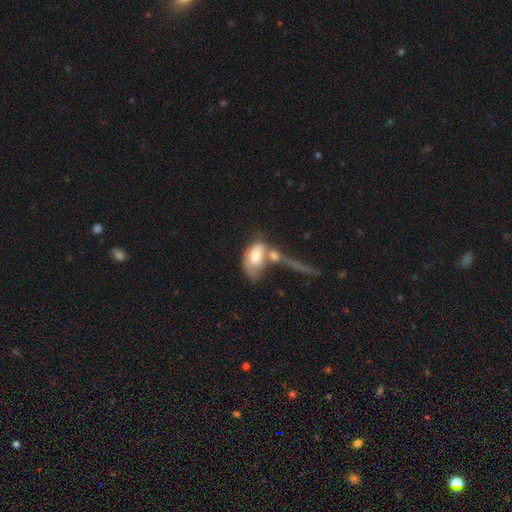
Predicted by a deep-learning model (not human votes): This is possibly a smooth galaxy (51%). How rounded: clearly in between (89%). Merging: possibly merger (52%).